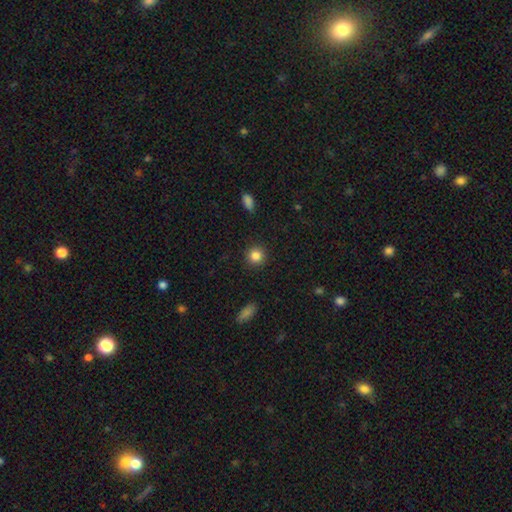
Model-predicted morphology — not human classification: smooth-or-featured: smooth: 85% | star or artifact: 10% | featured or disk: 5%
  how-rounded: round: 92% | in between: 7% | cigar-shaped: 1%
  merging: none: 92% | minor disturbance: 5% | major disturbance: 2% | merger: 1%